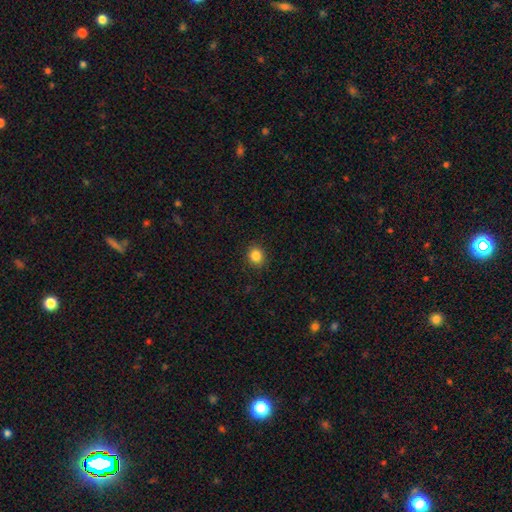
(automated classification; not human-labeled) Smooth or featured? smooth (85%)
How rounded? round (82%)
Merging? none (91%)